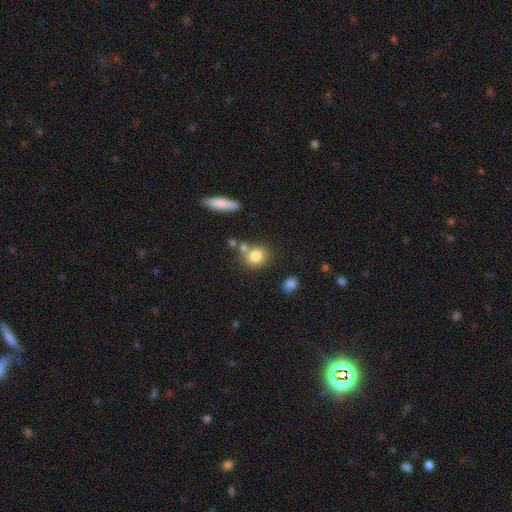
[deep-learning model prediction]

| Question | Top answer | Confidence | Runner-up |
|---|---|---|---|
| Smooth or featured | smooth | 81% | star or artifact (10%) |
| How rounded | round | 76% | in between (23%) |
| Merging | none | 62% | merger (22%) |